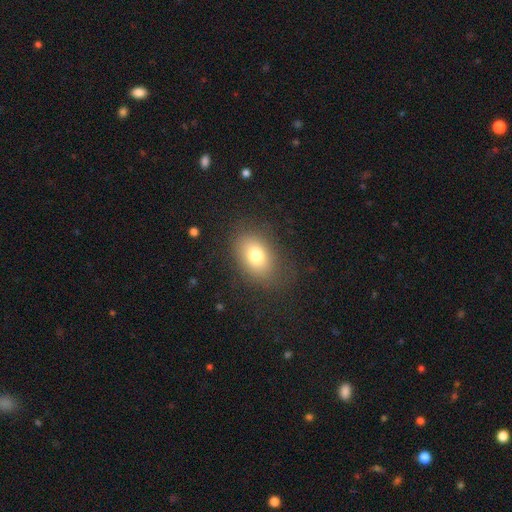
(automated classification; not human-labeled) This appears to be a smooth galaxy with no disk features (75%) that is in between round and cigar-shaped (75%). Merging: none (77%).